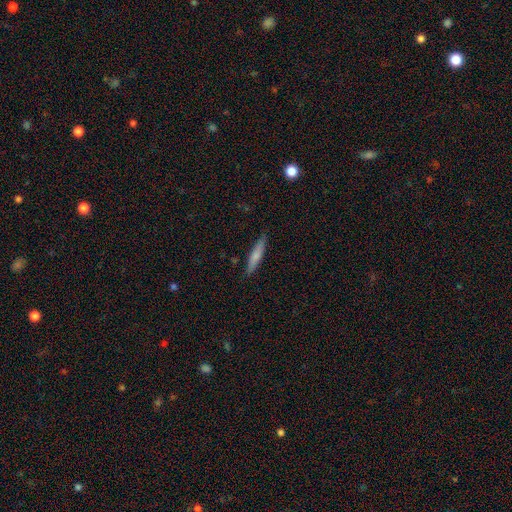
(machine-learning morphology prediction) smooth 71%, featured or disk 23%, star or artifact 6%. Down the decision tree: how rounded — cigar-shaped (90%); merging — none (87%).